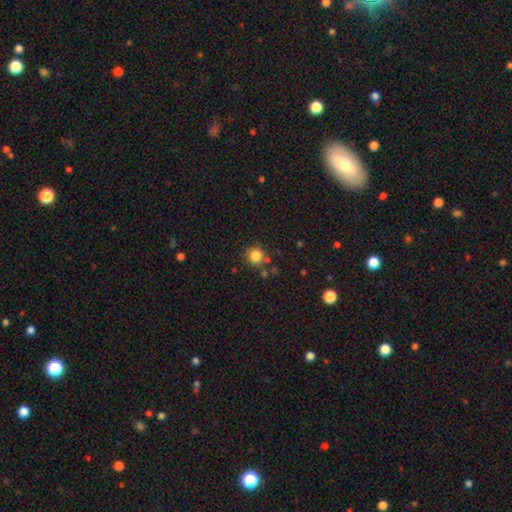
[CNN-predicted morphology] Smooth or featured? smooth (84%)
How rounded? round (93%)
Merging? none (81%)